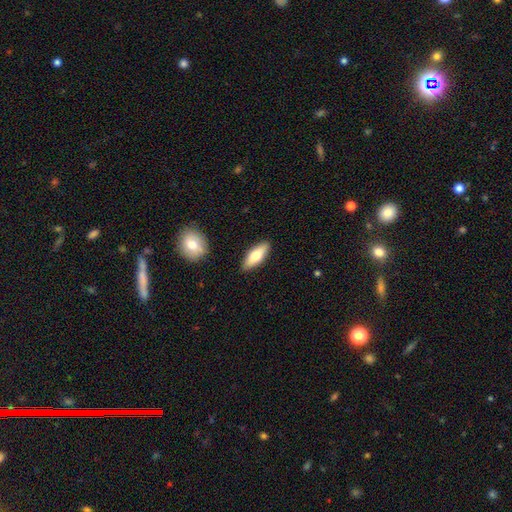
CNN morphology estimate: Smooth or featured? smooth (66%)
How rounded? in between (63%)
Merging? none (86%)